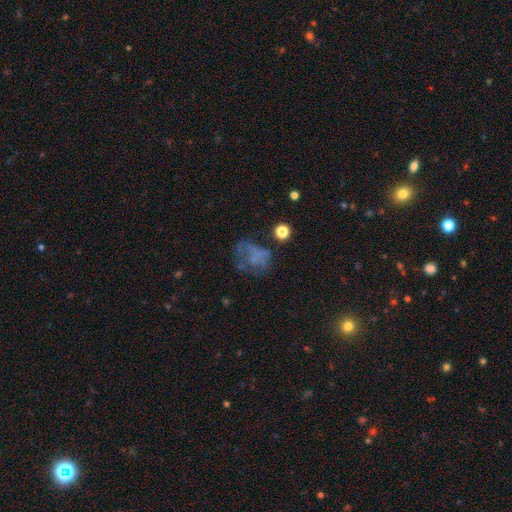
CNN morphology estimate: Smooth or featured?
  - smooth: 41% *
  - featured or disk: 38%
  - star or artifact: 20%
Merging?
  - major disturbance: 36% * (tied)
  - none: 36% * (tied)
  - minor disturbance: 21%
  - merger: 7%